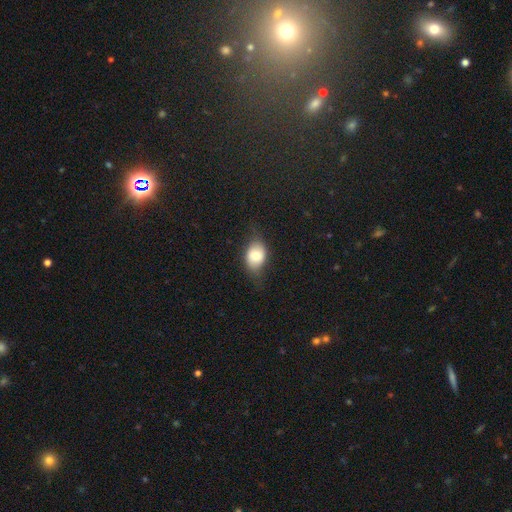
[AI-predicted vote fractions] The model was most divided on "how rounded": in between: 67%, round: 31%, cigar-shaped: 2%. More confident: smooth or featured — smooth (70%); merging — none (65%).